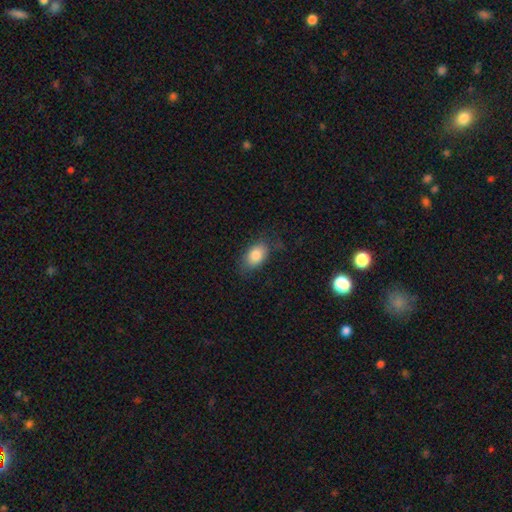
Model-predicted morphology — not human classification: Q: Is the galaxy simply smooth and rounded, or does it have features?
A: smooth — 82%.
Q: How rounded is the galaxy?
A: in between — 87%.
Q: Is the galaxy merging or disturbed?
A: none — 72%.